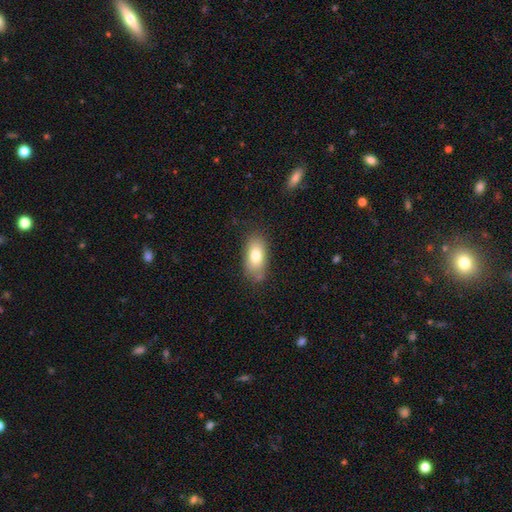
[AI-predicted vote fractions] Smooth or featured? smooth (77%)
How rounded? in between (88%)
Merging? none (76%)